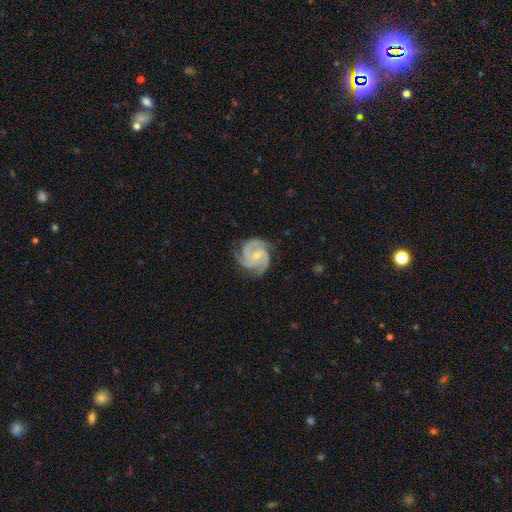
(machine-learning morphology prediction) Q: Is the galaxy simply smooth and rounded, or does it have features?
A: featured or disk — 92%.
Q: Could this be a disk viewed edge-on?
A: no — 98%.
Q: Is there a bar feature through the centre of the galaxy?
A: no — 62%.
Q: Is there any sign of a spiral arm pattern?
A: yes — 99%.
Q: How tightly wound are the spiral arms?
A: tight — 57%.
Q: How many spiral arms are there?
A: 3 — 71%.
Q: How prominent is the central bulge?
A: small — 61%.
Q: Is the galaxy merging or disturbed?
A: none — 78%.